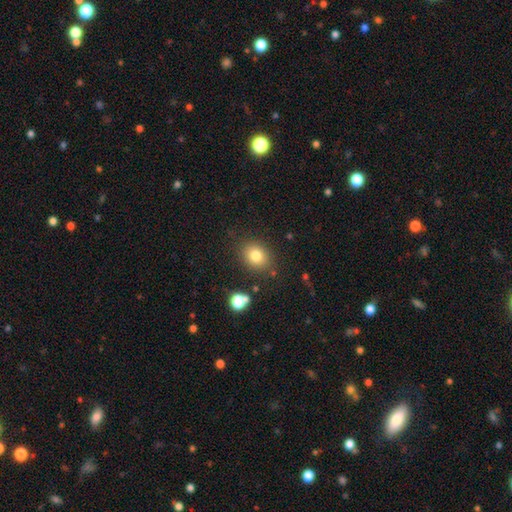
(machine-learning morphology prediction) type=smooth (80%); roundness=round (60%); merging=none (83%).